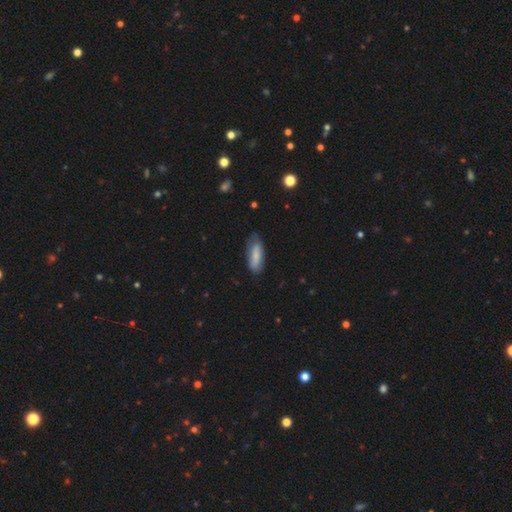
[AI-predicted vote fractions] smooth-or-featured: smooth: 73% | featured or disk: 20% | star or artifact: 6%
  how-rounded: in between: 66% | cigar-shaped: 32% | round: 2%
  merging: none: 63% | minor disturbance: 28% | major disturbance: 7% | merger: 2%